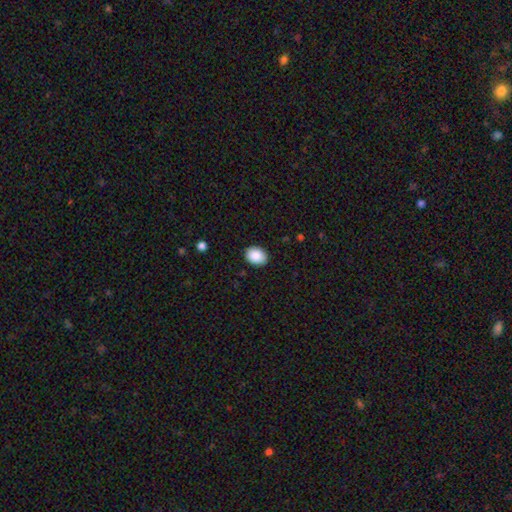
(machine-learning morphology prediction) smooth 89%, star or artifact 7%, featured or disk 3%. Down the decision tree: how rounded — in between (61%); merging — none (89%).